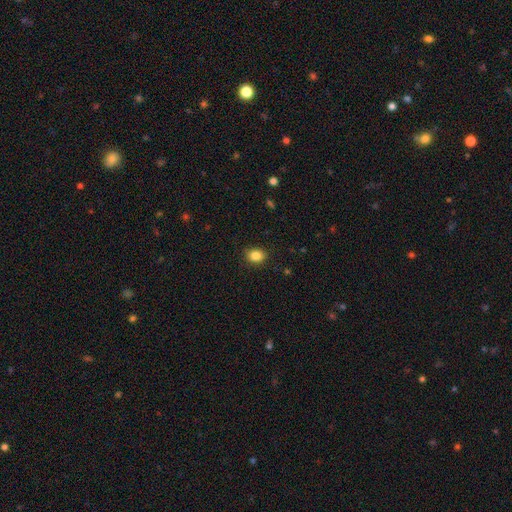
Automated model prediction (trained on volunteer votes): Q: Smooth or featured?
A: smooth (86%); runner-up: star or artifact (10%)
Q: How rounded?
A: in between (57%); runner-up: round (42%)
Q: Merging?
A: none (88%); runner-up: minor disturbance (8%)